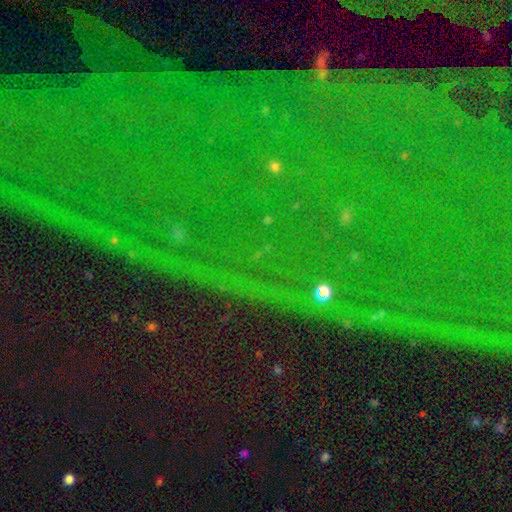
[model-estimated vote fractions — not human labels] Smooth or featured? Predicted: star or artifact (p=0.85).